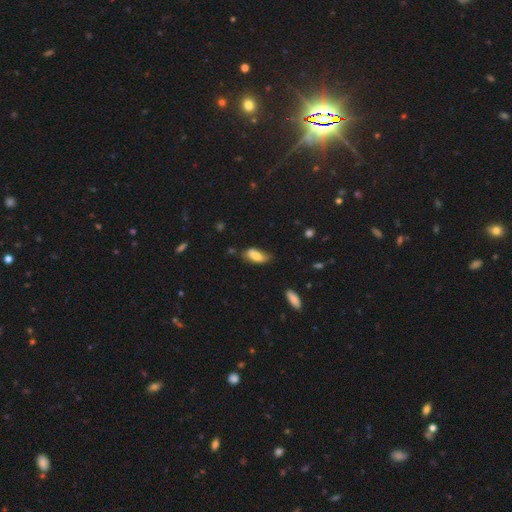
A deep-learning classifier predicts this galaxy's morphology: This is likely a smooth galaxy (73%). How rounded: clearly in between (83%). Merging: possibly none (51%).